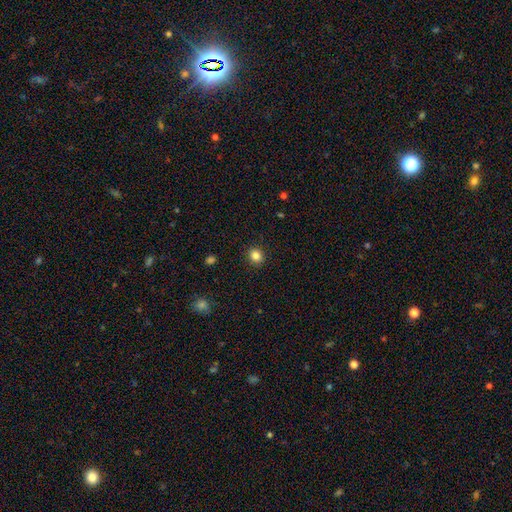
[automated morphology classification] The model was most divided on "how rounded": round: 78%, in between: 21%, cigar-shaped: 1%. More confident: merging — none (91%); smooth or featured — smooth (84%).